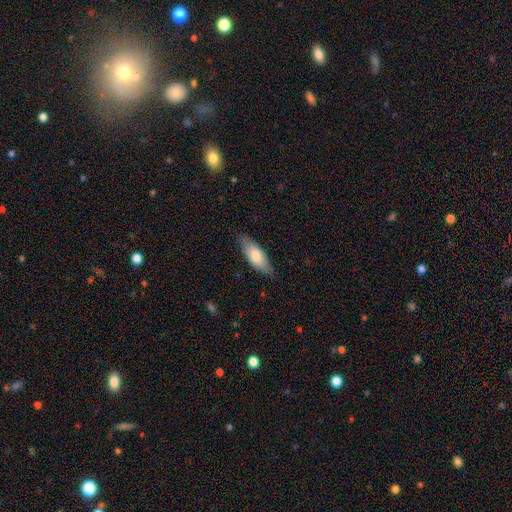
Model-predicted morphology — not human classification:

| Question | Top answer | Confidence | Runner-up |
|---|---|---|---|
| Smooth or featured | smooth | 72% | featured or disk (23%) |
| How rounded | in between | 75% | cigar-shaped (23%) |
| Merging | none | 81% | minor disturbance (15%) |